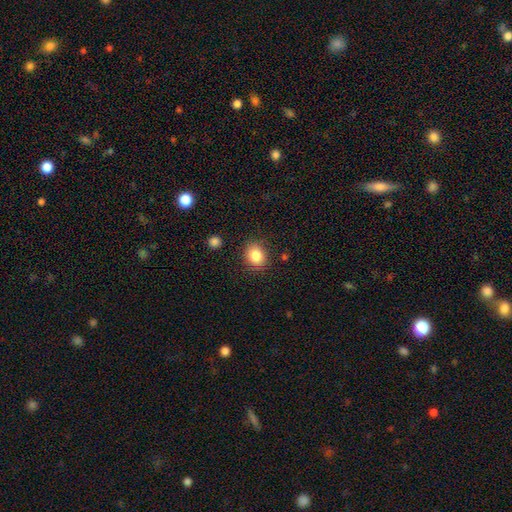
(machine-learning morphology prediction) smooth-or-featured: smooth: 84% | star or artifact: 10% | featured or disk: 6%
  how-rounded: round: 65% | in between: 34% | cigar-shaped: 1%
  merging: none: 86% | minor disturbance: 10% | major disturbance: 3% | merger: 2%